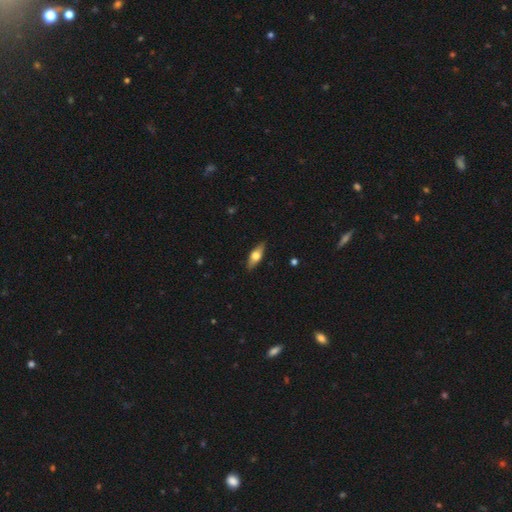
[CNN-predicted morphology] The model was most divided on "smooth or featured": smooth: 54%, featured or disk: 40%, star or artifact: 6%. More confident: merging — none (87%); how rounded — in between (66%).